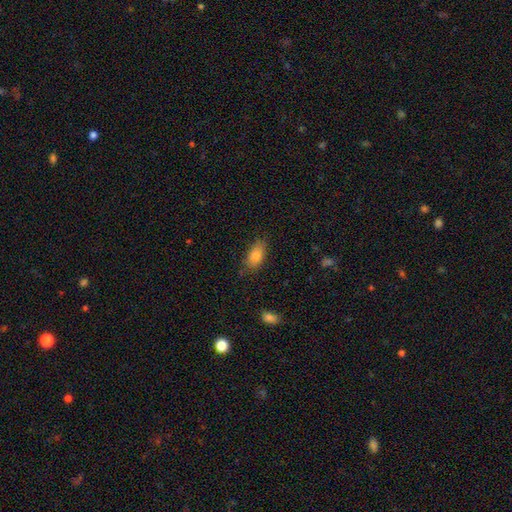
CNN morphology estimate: smooth_or_featured: smooth (p=0.84) [alt: star or artifact p=0.08]
how_rounded: in between (p=0.88) [alt: cigar-shaped p=0.07]
merging: none (p=0.75) [alt: minor disturbance p=0.19]